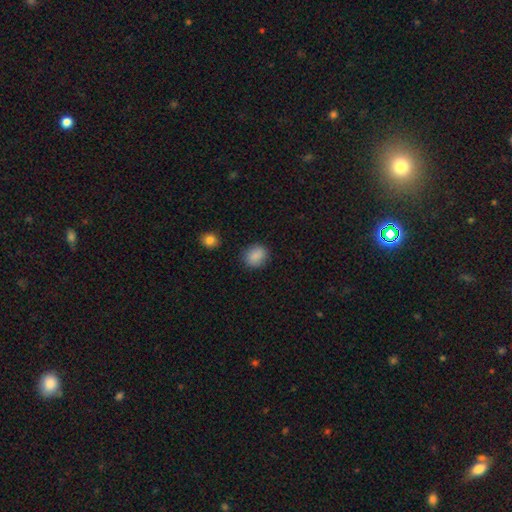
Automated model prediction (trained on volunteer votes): Overall: smooth (88%). How rounded: round (70%). Merging: none (86%).